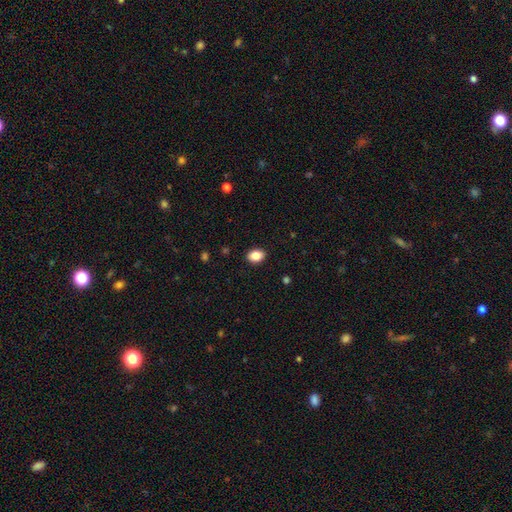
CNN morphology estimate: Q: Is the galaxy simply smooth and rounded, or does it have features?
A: smooth — 86%.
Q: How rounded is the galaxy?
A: in between — 75%.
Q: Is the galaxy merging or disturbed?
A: none — 90%.